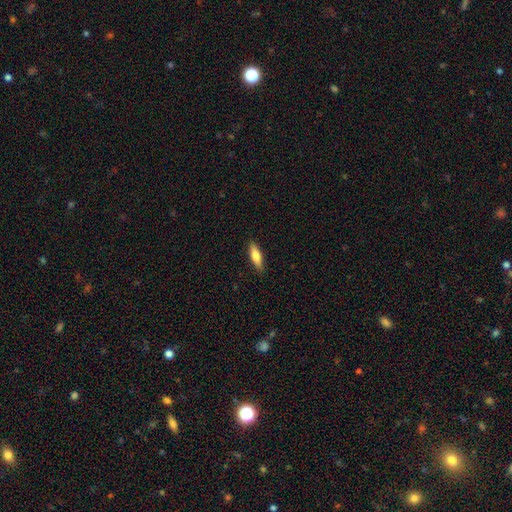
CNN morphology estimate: Q: Smooth or featured?
A: smooth (70%); runner-up: featured or disk (24%)
Q: How rounded?
A: cigar-shaped (56%); runner-up: in between (42%)
Q: Merging?
A: none (89%); runner-up: minor disturbance (8%)